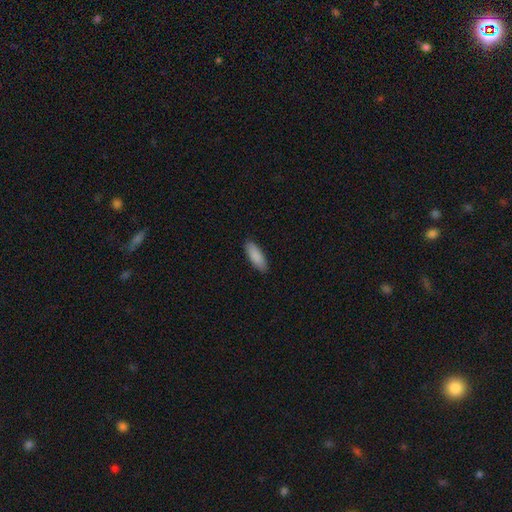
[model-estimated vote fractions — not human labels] smooth-or-featured: smooth: 90% | star or artifact: 6% | featured or disk: 5%
  how-rounded: in between: 64% | cigar-shaped: 34% | round: 1%
  merging: none: 89% | minor disturbance: 9% | major disturbance: 2% | merger: 1%